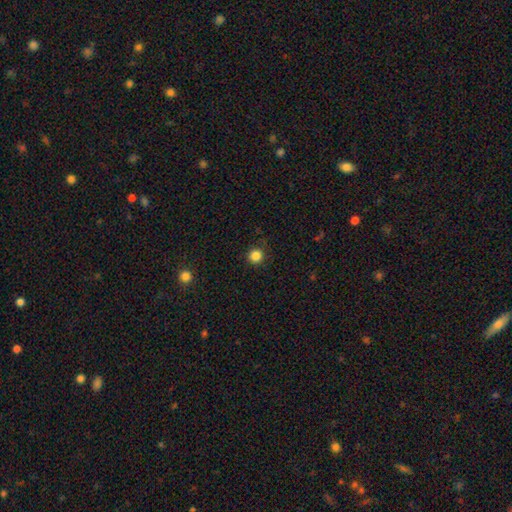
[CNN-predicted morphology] This appears to be a smooth galaxy with no disk features (84%) that is round (95%). Merging: none (90%).